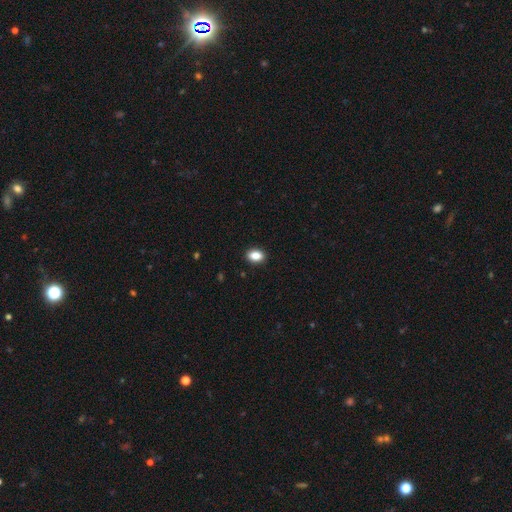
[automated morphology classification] The model was most divided on "how rounded": in between: 81%, round: 17%, cigar-shaped: 2%. More confident: merging — none (91%); smooth or featured — smooth (87%).